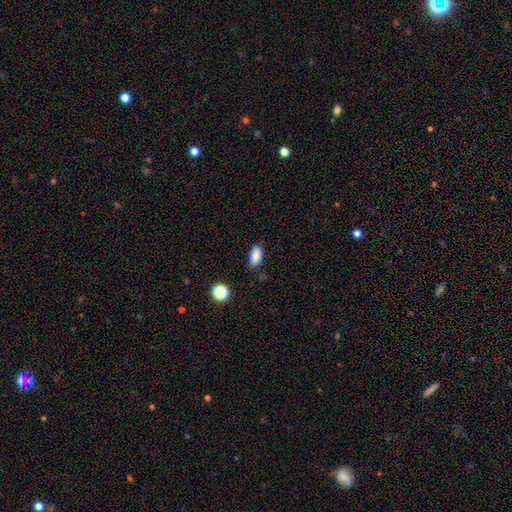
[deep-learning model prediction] This is clearly a smooth galaxy (86%). How rounded: clearly in between (88%). Merging: likely none (79%).